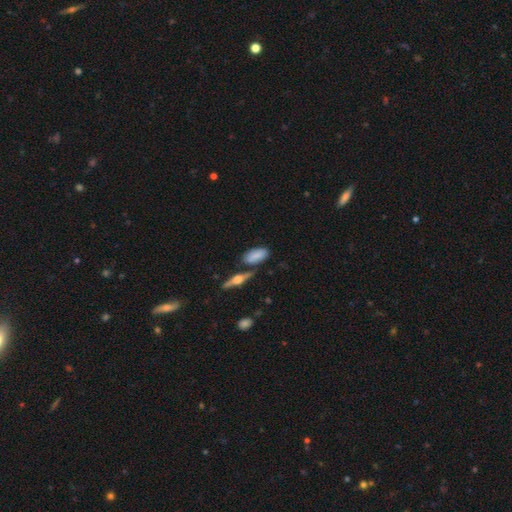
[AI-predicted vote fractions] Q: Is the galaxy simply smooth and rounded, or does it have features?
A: smooth — 73%.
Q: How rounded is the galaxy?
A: in between — 88%.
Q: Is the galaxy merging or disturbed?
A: none — 65%.